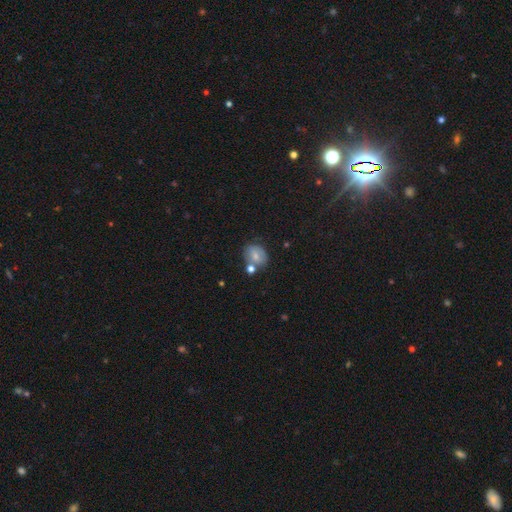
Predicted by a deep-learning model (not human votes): smooth 67%, featured or disk 22%, star or artifact 11%. Down the decision tree: how rounded — round (50%); merging — none (60%).